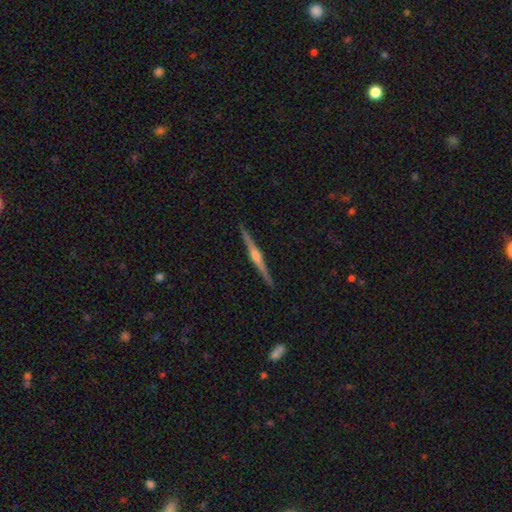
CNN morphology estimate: Overall: featured or disk (84%). Edge-on disk: yes (99%). Edge-on bulge: rounded (88%). Merging: none (92%).